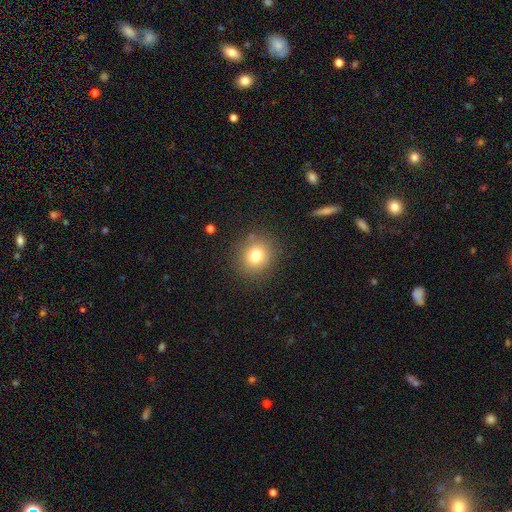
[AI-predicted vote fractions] Smooth or featured: smooth — 77% (star or artifact — 13%)
How rounded: round — 85% (in between — 14%)
Merging: none — 86% (minor disturbance — 9%)